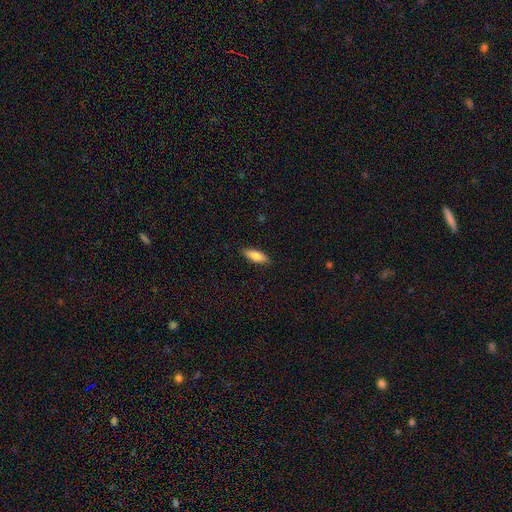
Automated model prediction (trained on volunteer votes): Morphology: type=smooth (81%); roundness=in between (65%); merging=none (88%).